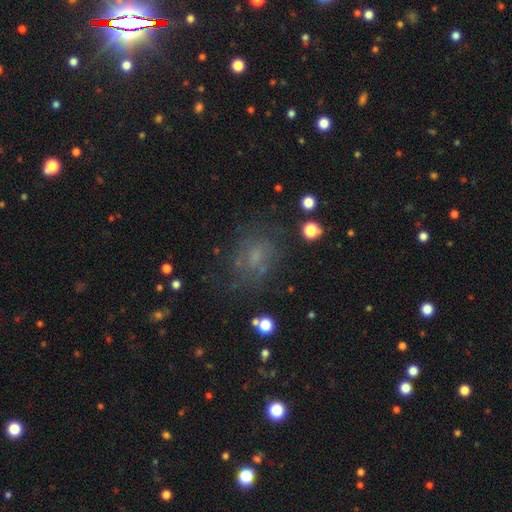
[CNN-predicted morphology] type=smooth (44%); merging=none (61%).